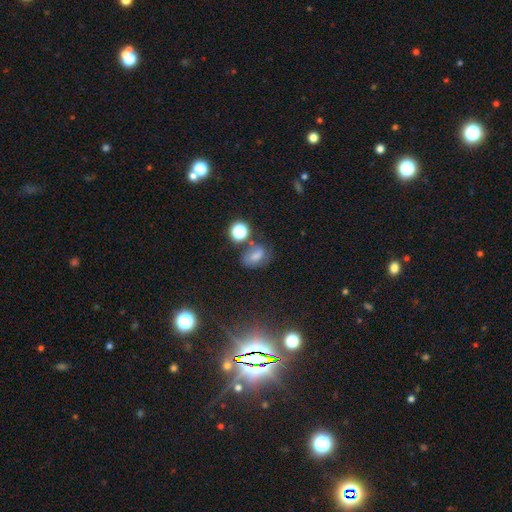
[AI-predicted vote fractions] Smooth or featured? smooth (62%)
How rounded? in between (72%)
Merging? none (53%)